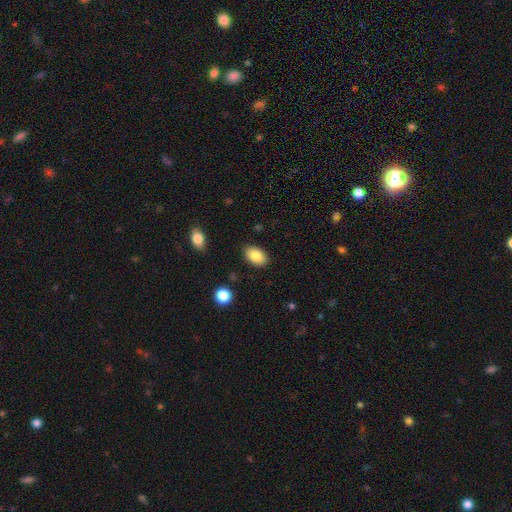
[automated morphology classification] Smooth or featured? Predicted: smooth (p=0.84). How rounded? Predicted: in between (p=0.90). Merging? Predicted: none (p=0.87).